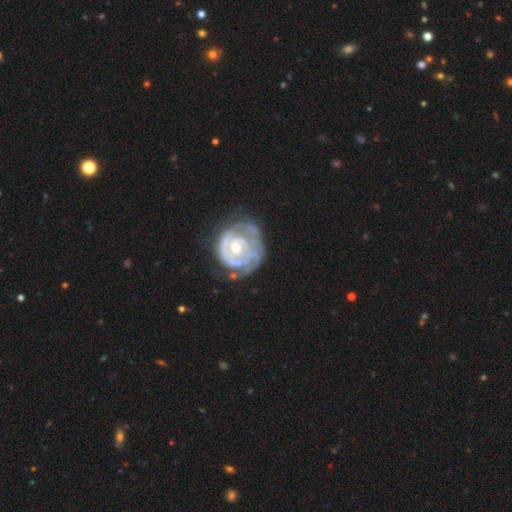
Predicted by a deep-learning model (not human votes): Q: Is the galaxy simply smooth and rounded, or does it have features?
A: featured or disk — 65%.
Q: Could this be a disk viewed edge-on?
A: no — 96%.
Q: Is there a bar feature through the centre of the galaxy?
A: no — 67%.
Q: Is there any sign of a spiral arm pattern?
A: yes — 73%.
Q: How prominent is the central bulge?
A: small — 47%.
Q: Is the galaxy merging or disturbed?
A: none — 73%.